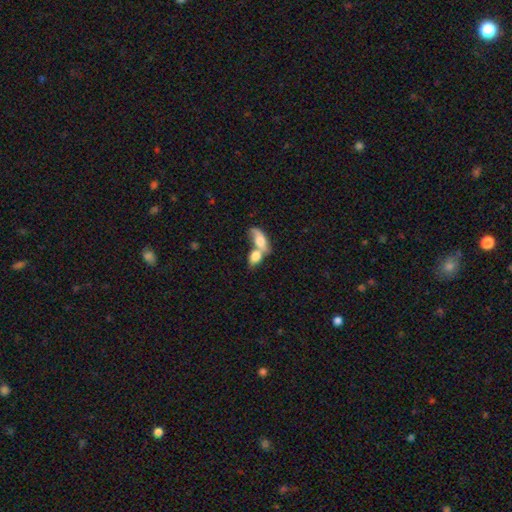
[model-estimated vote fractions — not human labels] smooth-or-featured: smooth: 69% | featured or disk: 24% | star or artifact: 7%
  how-rounded: in between: 79% | round: 13% | cigar-shaped: 8%
  merging: merger: 73% | none: 15% | minor disturbance: 6% | major disturbance: 6%